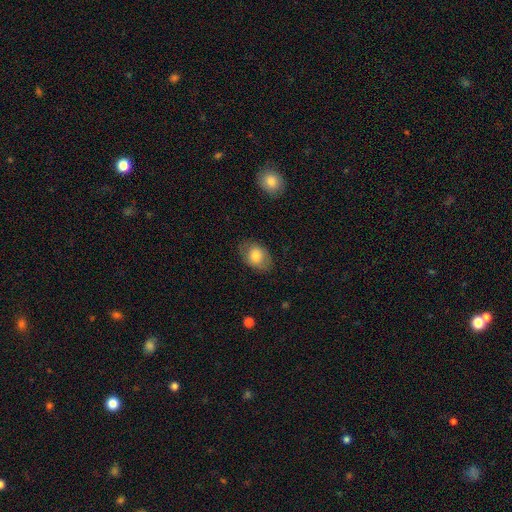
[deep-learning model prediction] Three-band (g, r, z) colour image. It shows a smooth galaxy with no disk features (77%) that is in between round and cigar-shaped (78%). Merging: none (78%).